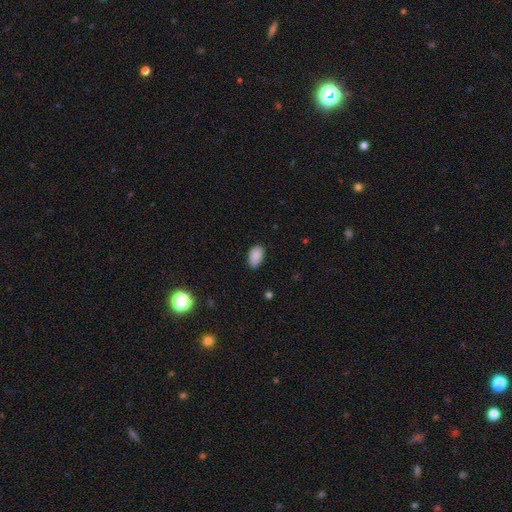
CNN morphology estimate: type=smooth (89%); roundness=in between (94%); merging=none (83%).